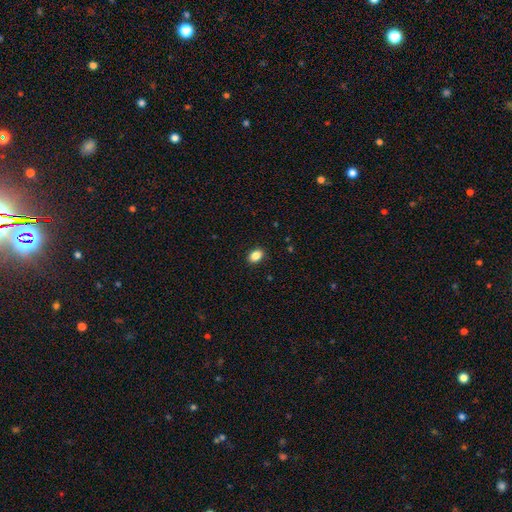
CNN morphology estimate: Q: Smooth or featured?
A: smooth (87%); runner-up: star or artifact (9%)
Q: How rounded?
A: in between (75%); runner-up: round (24%)
Q: Merging?
A: none (90%); runner-up: minor disturbance (8%)